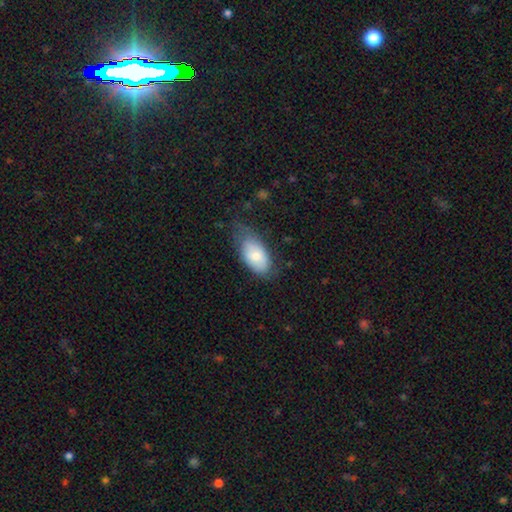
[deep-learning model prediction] Smooth or featured: smooth — 75% (featured or disk — 19%)
How rounded: in between — 93% (round — 4%)
Merging: none — 47% (minor disturbance — 36%)